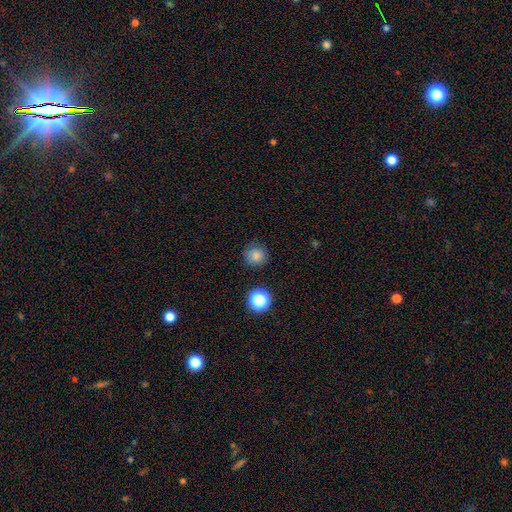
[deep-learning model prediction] Smooth or featured?
  - smooth: 82% *
  - star or artifact: 13%
  - featured or disk: 5%
How rounded?
  - round: 94% *
  - in between: 5%
  - cigar-shaped: 1%
Merging?
  - none: 85% *
  - minor disturbance: 10%
  - major disturbance: 3%
  - merger: 2%